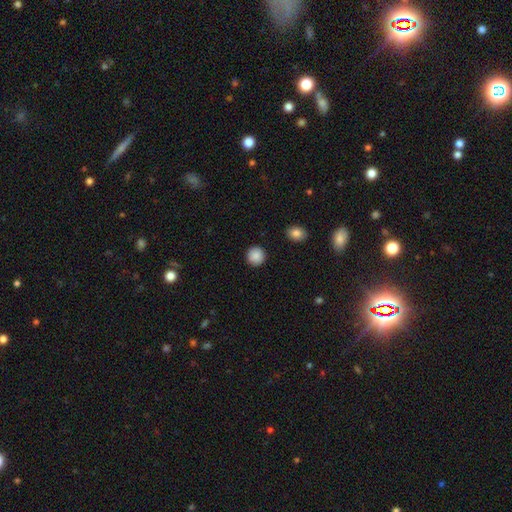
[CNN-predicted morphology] smooth 88%, star or artifact 9%, featured or disk 3%. Down the decision tree: how rounded — round (92%); merging — none (92%).